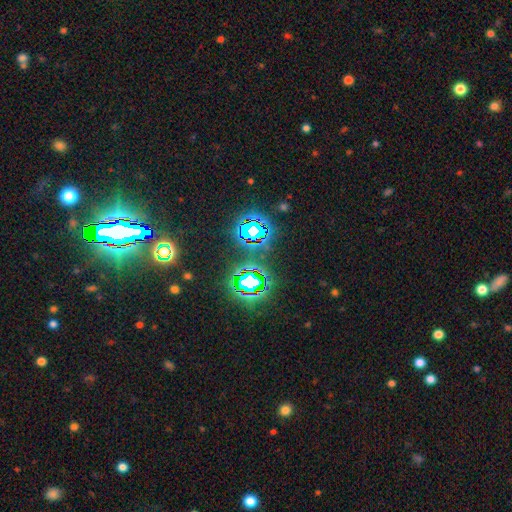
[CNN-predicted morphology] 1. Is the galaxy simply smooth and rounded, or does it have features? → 81% star or artifact, 11% smooth, 8% featured or disk.